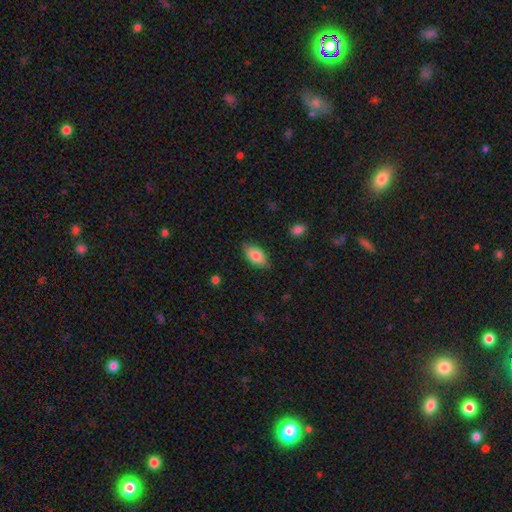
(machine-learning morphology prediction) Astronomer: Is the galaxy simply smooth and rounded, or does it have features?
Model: smooth — 80%.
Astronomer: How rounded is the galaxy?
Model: in between — 92%.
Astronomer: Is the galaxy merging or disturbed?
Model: none — 83%.